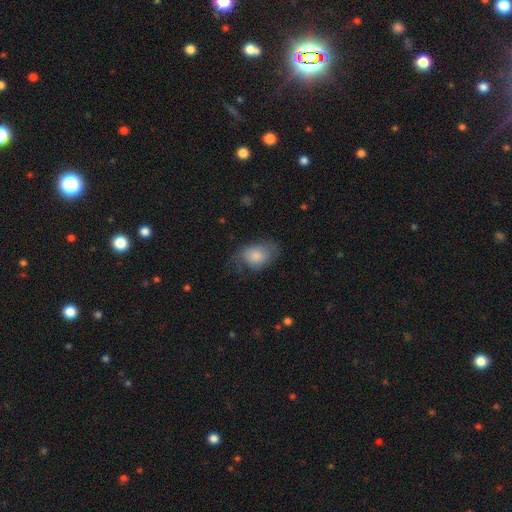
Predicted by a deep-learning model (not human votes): A smooth galaxy with no disk features (75%) that is in between round and cigar-shaped (83%). Merging: none (43%).